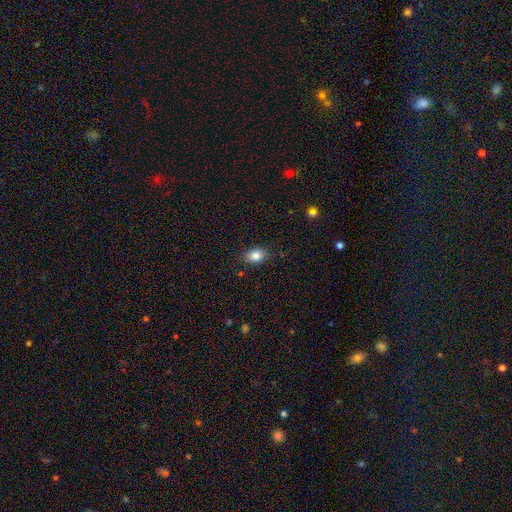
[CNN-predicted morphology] Overall: smooth (84%). How rounded: in between (72%). Merging: none (83%).